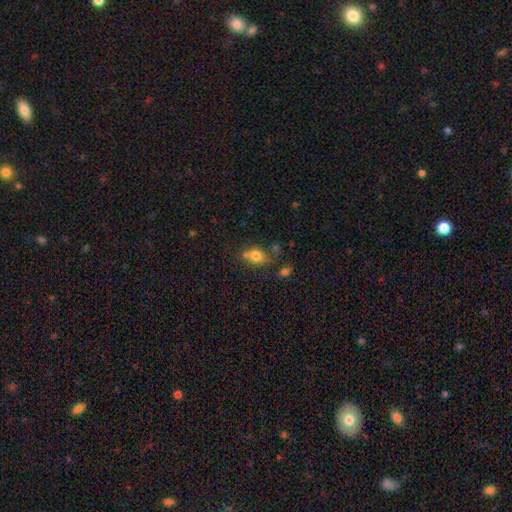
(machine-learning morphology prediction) The model was most divided on "how rounded": in between: 61%, round: 37%, cigar-shaped: 2%. More confident: smooth or featured — smooth (76%); merging — none (60%).